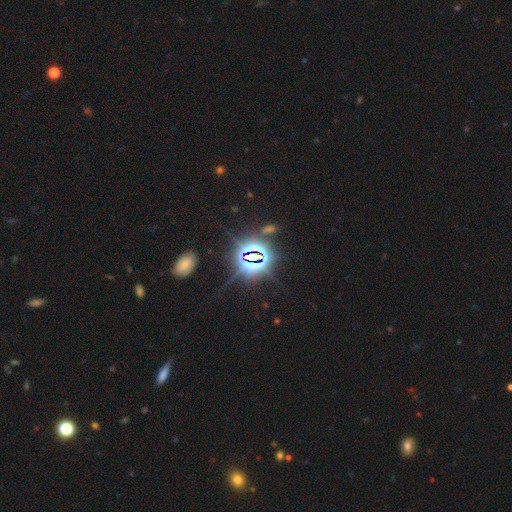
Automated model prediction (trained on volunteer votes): The model was most divided on "smooth or featured": star or artifact: 83%, smooth: 9%, featured or disk: 8%.